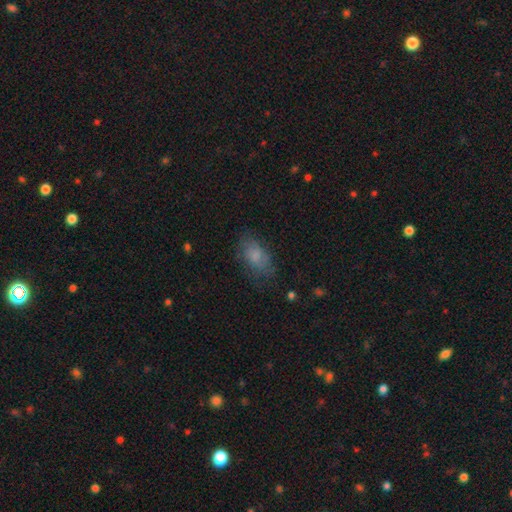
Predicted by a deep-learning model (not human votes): The model was most divided on "merging": none: 66%, minor disturbance: 22%, major disturbance: 11%, merger: 1%. More confident: how rounded — in between (89%); smooth or featured — smooth (68%).